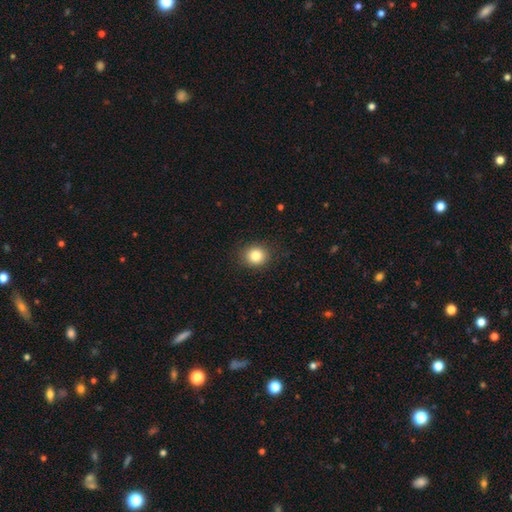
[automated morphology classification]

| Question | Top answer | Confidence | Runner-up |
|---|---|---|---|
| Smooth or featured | smooth | 84% | star or artifact (10%) |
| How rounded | round | 82% | in between (17%) |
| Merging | none | 89% | minor disturbance (8%) |